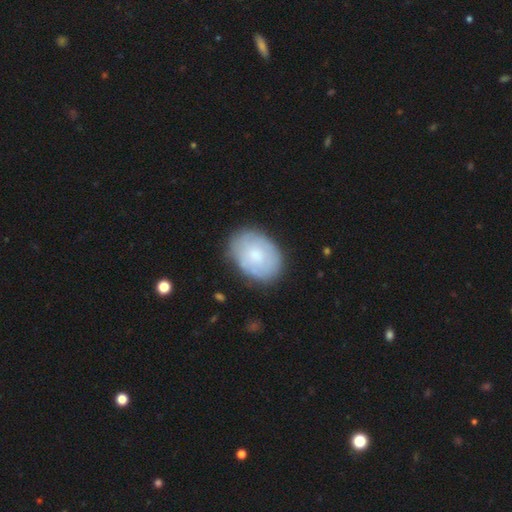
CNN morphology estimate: A smooth galaxy with no disk features (64%) that is in between round and cigar-shaped (76%). Merging: none (77%).